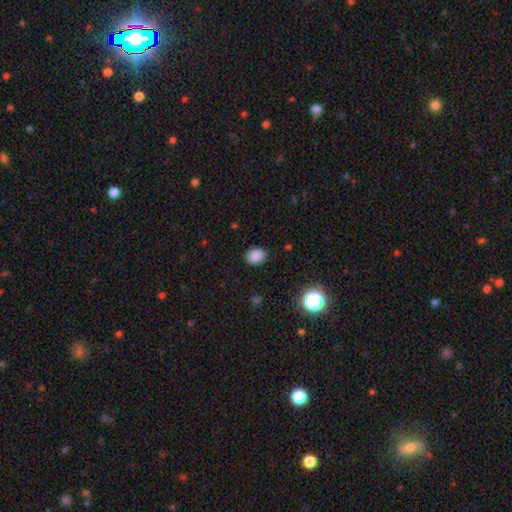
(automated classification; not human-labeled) Q: Smooth or featured?
A: smooth (86%); runner-up: star or artifact (11%)
Q: How rounded?
A: in between (58%); runner-up: round (41%)
Q: Merging?
A: none (88%); runner-up: minor disturbance (9%)